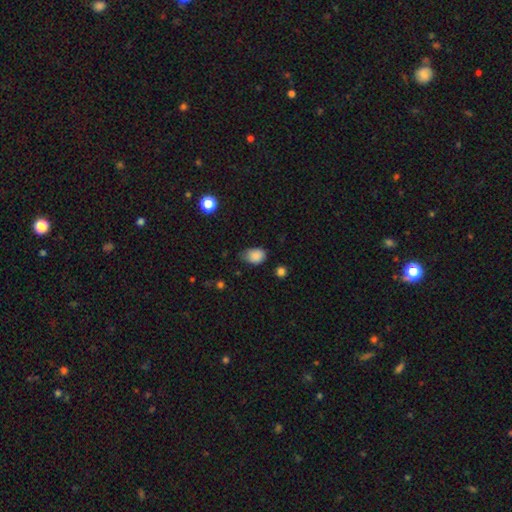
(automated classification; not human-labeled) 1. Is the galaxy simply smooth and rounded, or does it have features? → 86% smooth, 9% star or artifact, 5% featured or disk.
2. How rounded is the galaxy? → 68% in between, 31% round, 1% cigar-shaped.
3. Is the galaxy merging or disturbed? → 53% none, 38% minor disturbance, 7% major disturbance, 2% merger.